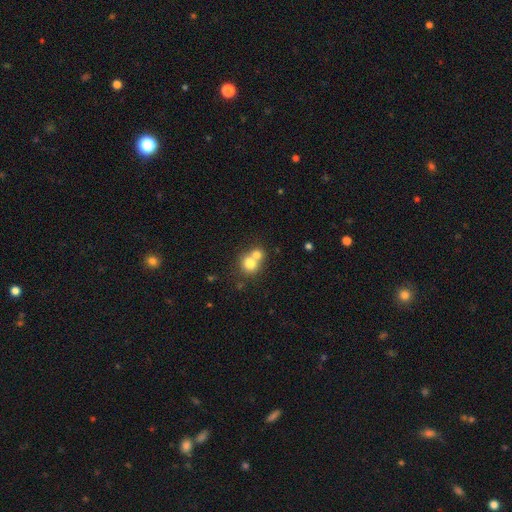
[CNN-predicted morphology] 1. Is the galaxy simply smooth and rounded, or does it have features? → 71% smooth, 16% featured or disk, 13% star or artifact.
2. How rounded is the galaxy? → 81% round, 18% in between, 1% cigar-shaped.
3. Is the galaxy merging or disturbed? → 56% merger, 36% none, 6% minor disturbance, 3% major disturbance.